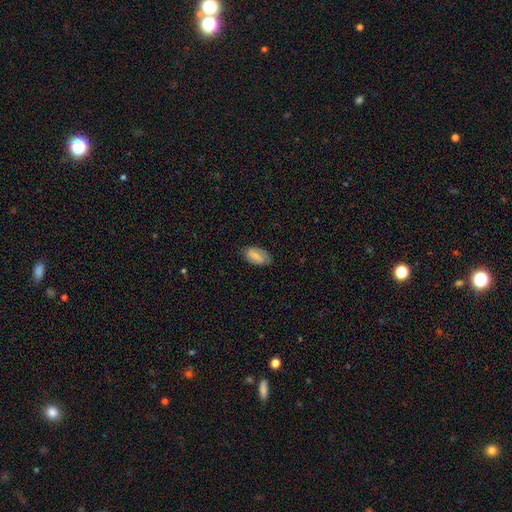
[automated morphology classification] smooth-or-featured: smooth: 64% | featured or disk: 28% | star or artifact: 8%
  how-rounded: in between: 93% | round: 4% | cigar-shaped: 3%
  merging: none: 75% | minor disturbance: 20% | major disturbance: 4% | merger: 1%